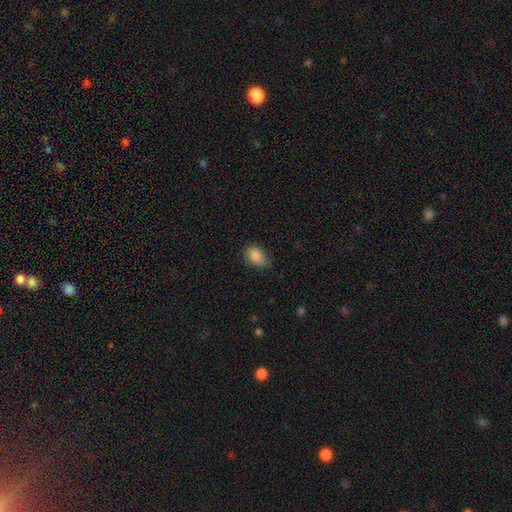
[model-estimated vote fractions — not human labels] Overall: smooth (84%). How rounded: in between (81%). Merging: none (64%; minor disturbance 28%).